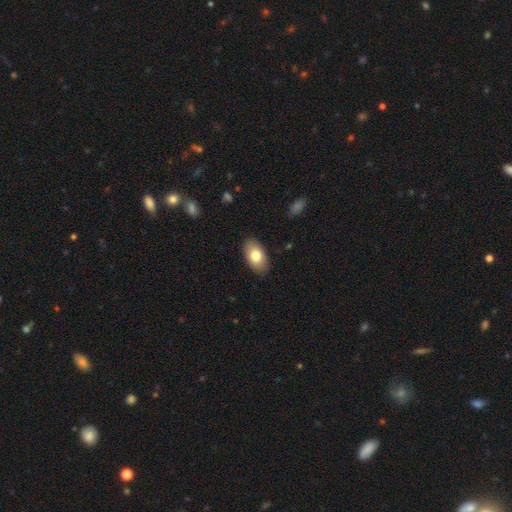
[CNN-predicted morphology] Smooth or featured?
  - smooth: 78% *
  - featured or disk: 16%
  - star or artifact: 7%
How rounded?
  - in between: 93% *
  - round: 5%
  - cigar-shaped: 2%
Merging?
  - none: 87% *
  - minor disturbance: 9%
  - major disturbance: 2%
  - merger: 1%